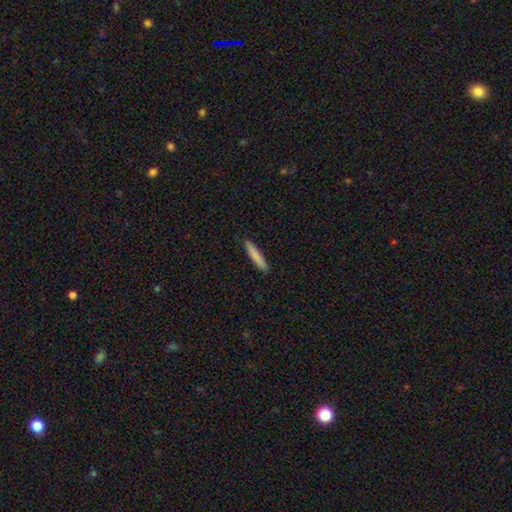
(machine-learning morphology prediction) smooth_or_featured: smooth (p=0.84) [alt: featured or disk p=0.10]
how_rounded: cigar-shaped (p=0.92) [alt: in between p=0.07]
merging: none (p=0.91) [alt: minor disturbance p=0.06]